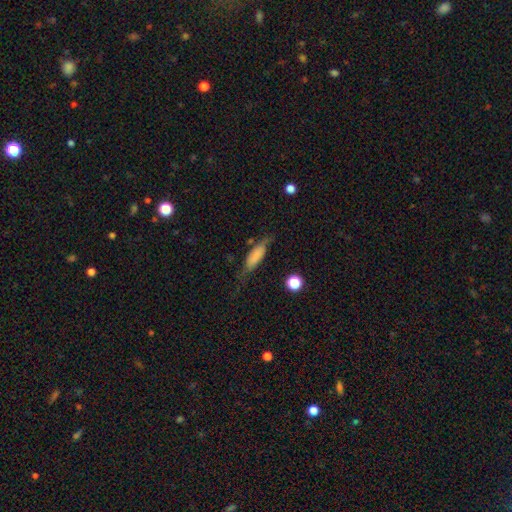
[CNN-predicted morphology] Smooth or featured?
  - smooth: 67% *
  - featured or disk: 25%
  - star or artifact: 8%
How rounded?
  - in between: 49% *
  - cigar-shaped: 47%
  - round: 3%
Merging?
  - none: 58% *
  - minor disturbance: 27%
  - major disturbance: 11%
  - merger: 3%